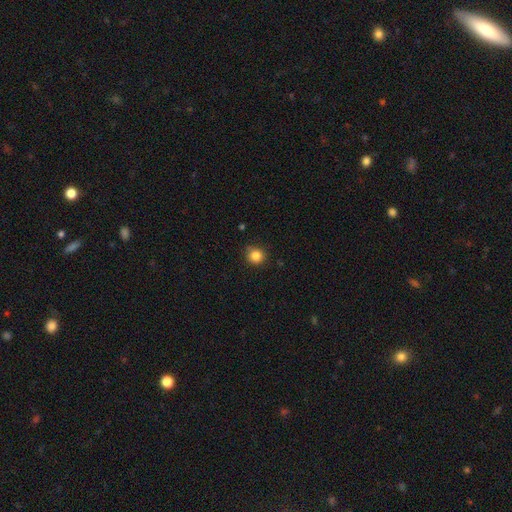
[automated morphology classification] A smooth galaxy with no disk features (85%) that is round (91%).

Vote fractions:
- Smooth or featured? smooth: 85% / star or artifact: 11% / featured or disk: 4%
- How rounded? round: 91% / in between: 8% / cigar-shaped: 1%
- Merging? none: 85% / minor disturbance: 12% / major disturbance: 2% / merger: 1%